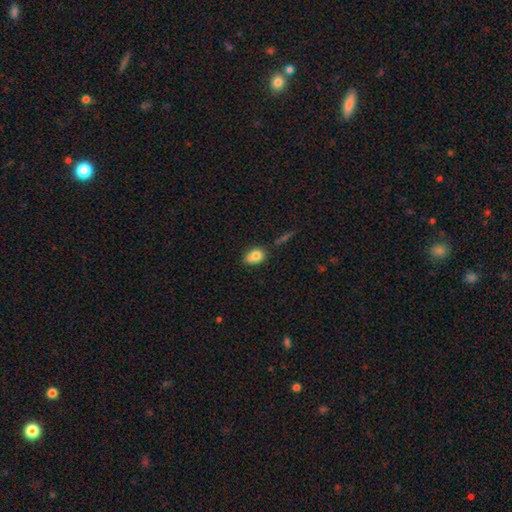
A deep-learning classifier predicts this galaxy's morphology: The model was most divided on "merging": none: 58%, minor disturbance: 26%, merger: 10%, major disturbance: 6%. More confident: smooth or featured — smooth (79%); how rounded — in between (67%).